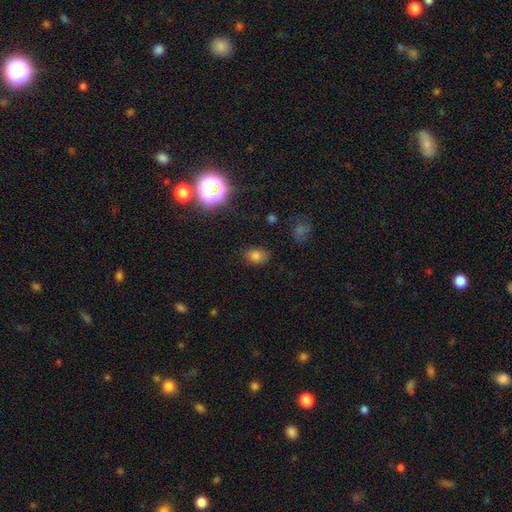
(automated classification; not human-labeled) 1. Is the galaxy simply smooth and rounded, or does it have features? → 76% smooth, 17% star or artifact, 7% featured or disk.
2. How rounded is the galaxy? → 78% in between, 20% round, 1% cigar-shaped.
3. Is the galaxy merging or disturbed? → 81% none, 14% minor disturbance, 3% major disturbance, 2% merger.